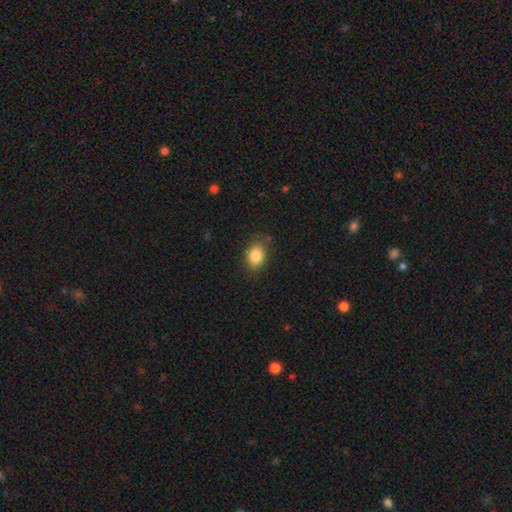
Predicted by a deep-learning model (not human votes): This appears to be a smooth galaxy with no disk features (85%) that is in between round and cigar-shaped (71%). Merging: none (80%).